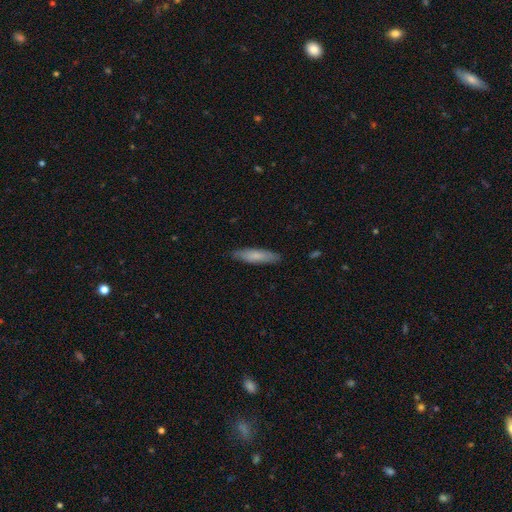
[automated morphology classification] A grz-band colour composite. It shows a smooth galaxy with no disk features (74%) that is cigar-shaped (76%). Merging: none (86%).